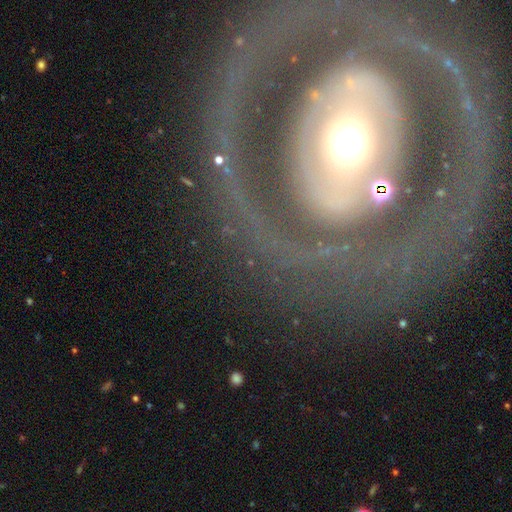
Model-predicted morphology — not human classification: A featured or disk galaxy (77%) with no bar (58%), spiral arms (55%) and a moderate central bulge (62%). Merging: none (75%).